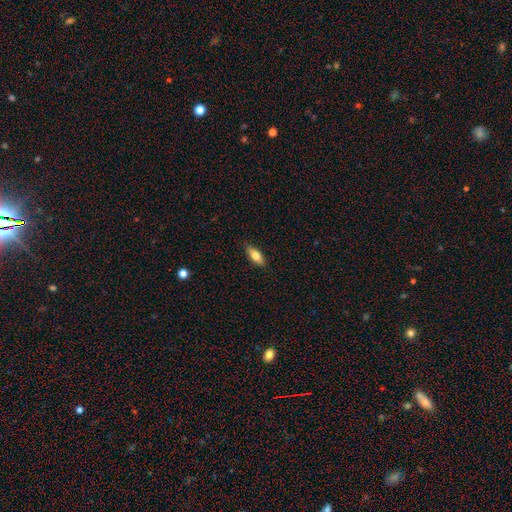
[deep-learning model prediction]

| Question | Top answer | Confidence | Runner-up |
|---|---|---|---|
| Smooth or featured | smooth | 74% | featured or disk (20%) |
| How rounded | in between | 75% | cigar-shaped (22%) |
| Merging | none | 87% | minor disturbance (10%) |